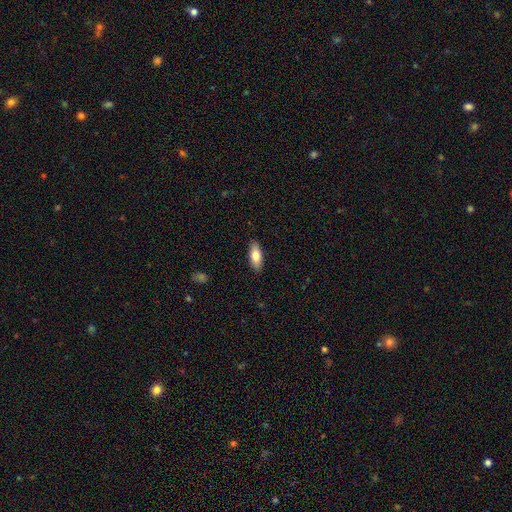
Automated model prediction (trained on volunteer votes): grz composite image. It shows a smooth galaxy with no disk features (78%) that is in between round and cigar-shaped (76%). Merging: none (88%).